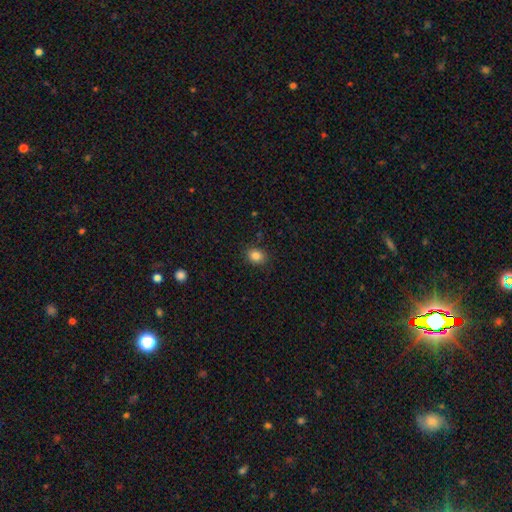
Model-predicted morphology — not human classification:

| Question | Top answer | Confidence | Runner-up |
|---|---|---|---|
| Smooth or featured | smooth | 85% | star or artifact (10%) |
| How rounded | in between | 52% | round (47%) |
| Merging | none | 87% | minor disturbance (9%) |